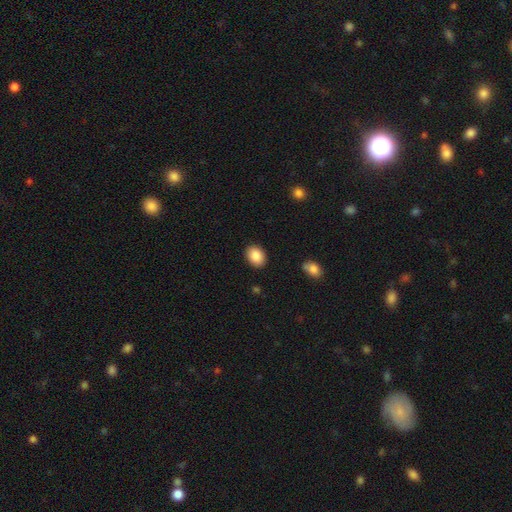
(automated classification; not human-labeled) smooth_or_featured: smooth (p=0.88) [alt: star or artifact p=0.07]
how_rounded: in between (p=0.66) [alt: round p=0.33]
merging: none (p=0.89) [alt: minor disturbance p=0.08]